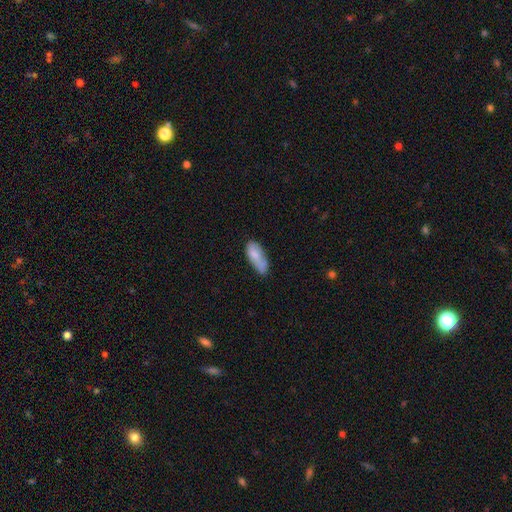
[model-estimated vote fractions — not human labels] Smooth or featured?
  - smooth: 77% *
  - featured or disk: 16%
  - star or artifact: 7%
How rounded?
  - in between: 78% *
  - cigar-shaped: 20%
  - round: 2%
Merging?
  - none: 46% *
  - minor disturbance: 33%
  - major disturbance: 11%
  - merger: 10%